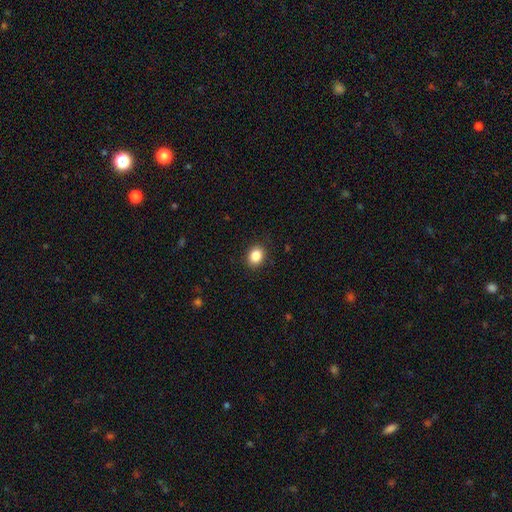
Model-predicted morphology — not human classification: This is clearly a smooth galaxy (86%). How rounded: possibly round (50%). Merging: clearly none (89%).